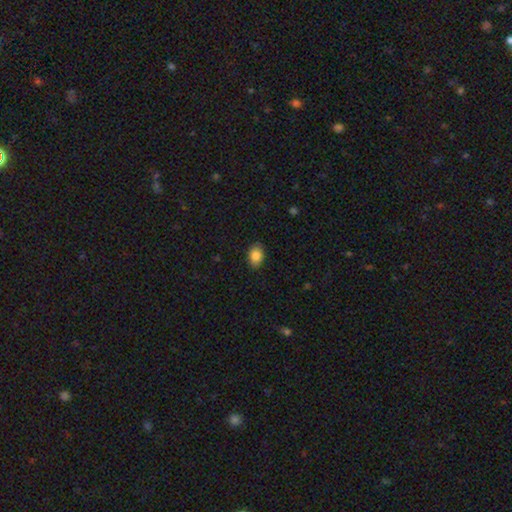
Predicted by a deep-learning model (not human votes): Smooth or featured? Predicted: smooth (p=0.86). How rounded? Predicted: in between (p=0.82). Merging? Predicted: none (p=0.87).